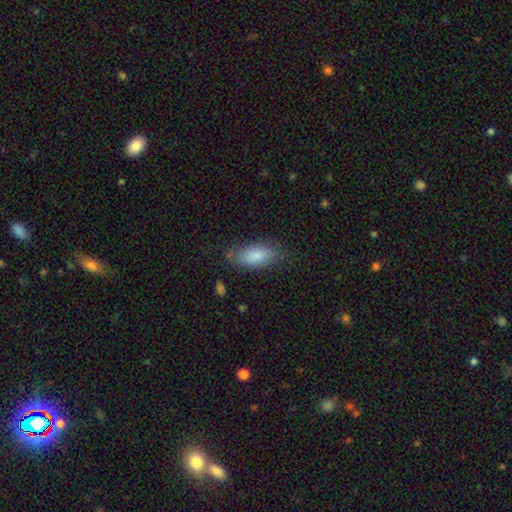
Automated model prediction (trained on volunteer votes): The model was most divided on "merging": none: 70%, minor disturbance: 21%, major disturbance: 7%, merger: 2%. More confident: how rounded — in between (87%); smooth or featured — smooth (83%).